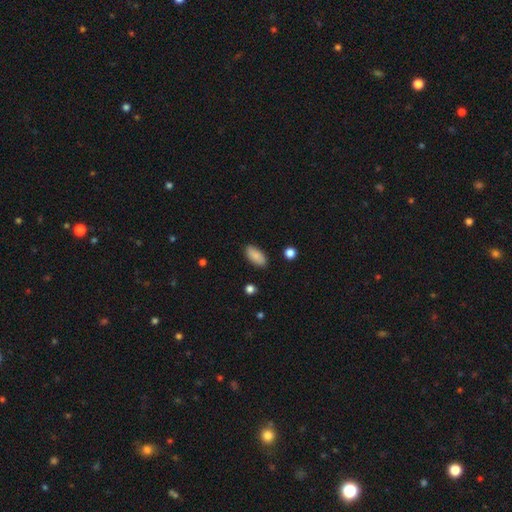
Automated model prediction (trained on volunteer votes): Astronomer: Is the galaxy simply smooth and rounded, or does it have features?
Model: smooth — 86%.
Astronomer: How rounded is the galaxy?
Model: in between — 88%.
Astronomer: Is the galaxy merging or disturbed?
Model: none — 86%.